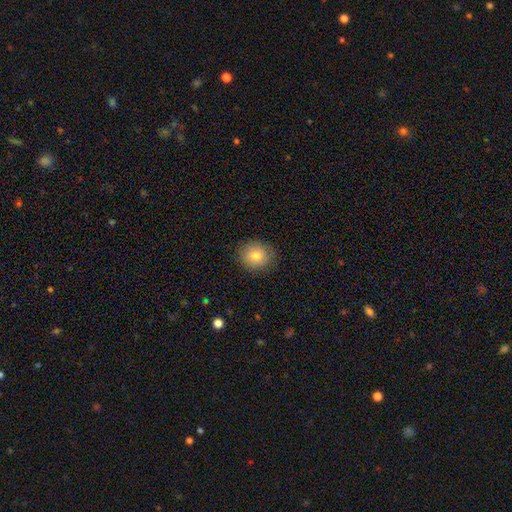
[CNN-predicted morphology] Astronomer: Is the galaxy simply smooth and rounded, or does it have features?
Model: smooth — 82%.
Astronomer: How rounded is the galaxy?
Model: round — 74%.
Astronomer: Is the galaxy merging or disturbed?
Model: none — 87%.